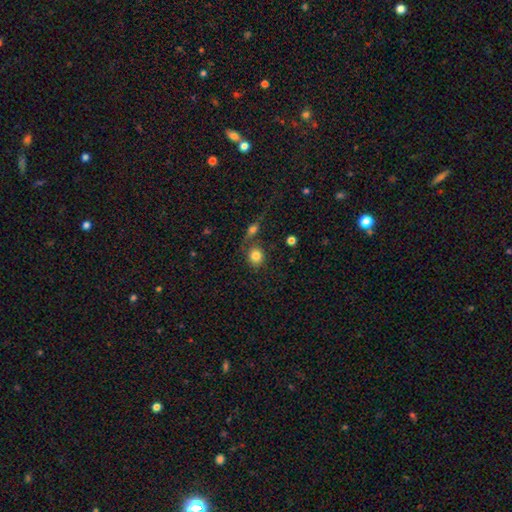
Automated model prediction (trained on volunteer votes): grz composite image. It shows a smooth galaxy with no disk features (83%) that is round (80%). Merging: none (63%).